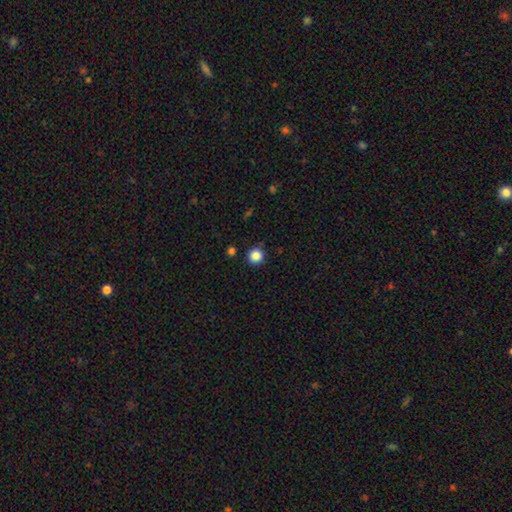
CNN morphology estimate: Smooth or featured?
  - smooth: 86% *
  - star or artifact: 11%
  - featured or disk: 3%
How rounded?
  - round: 95% *
  - in between: 5%
  - cigar-shaped: 1%
Merging?
  - none: 89% *
  - minor disturbance: 7%
  - major disturbance: 2%
  - merger: 2%